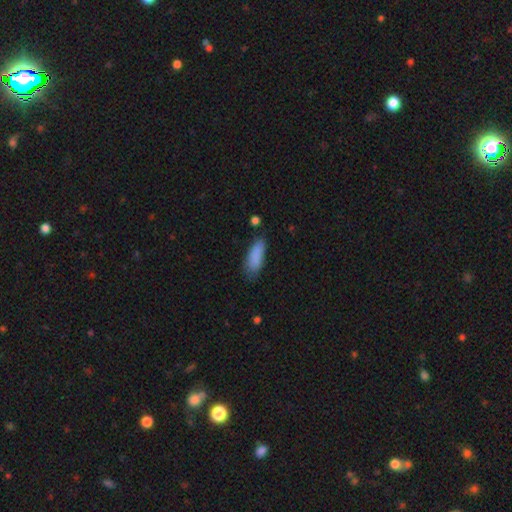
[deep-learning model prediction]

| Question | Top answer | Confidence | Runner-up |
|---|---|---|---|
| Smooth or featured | smooth | 86% | star or artifact (8%) |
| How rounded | in between | 67% | cigar-shaped (31%) |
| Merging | none | 66% | minor disturbance (26%) |